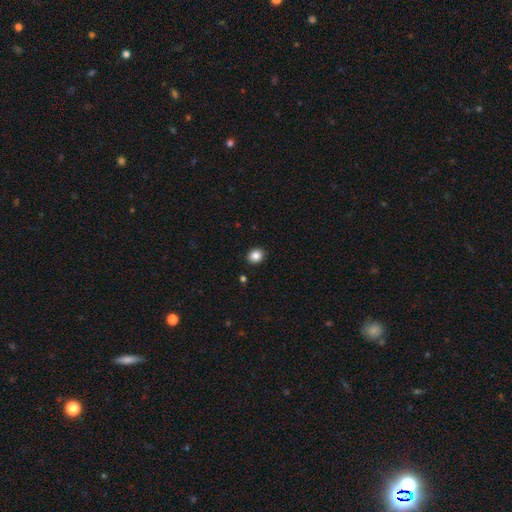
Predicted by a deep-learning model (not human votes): Smooth or featured? Predicted: smooth (p=0.85). How rounded? Predicted: round (p=0.64). Merging? Predicted: none (p=0.91).